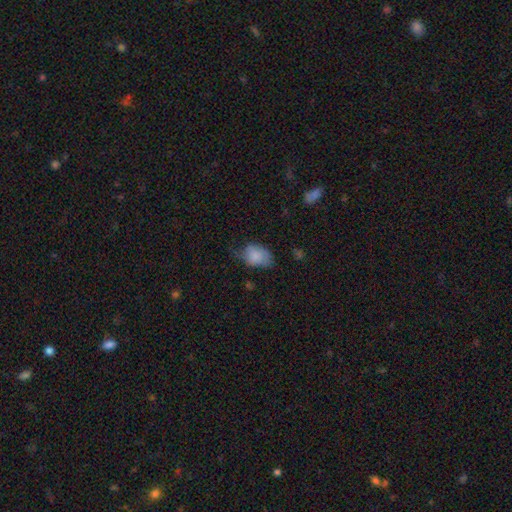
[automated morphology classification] Q: Smooth or featured?
A: smooth (79%); runner-up: featured or disk (13%)
Q: How rounded?
A: in between (81%); runner-up: round (18%)
Q: Merging?
A: none (38%); tied with: minor disturbance (38%)